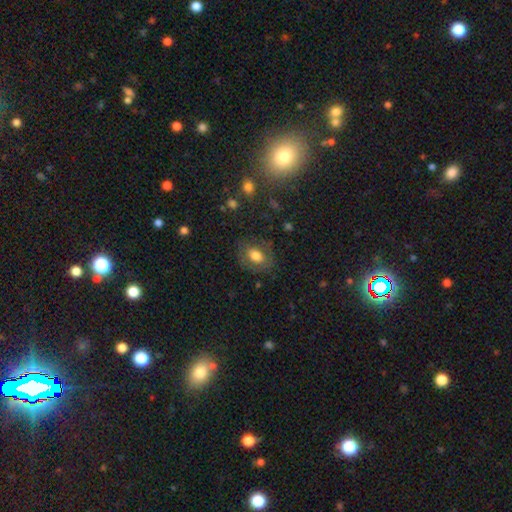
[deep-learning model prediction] Overall: smooth (67%). How rounded: in between (70%). Merging: none (74%).